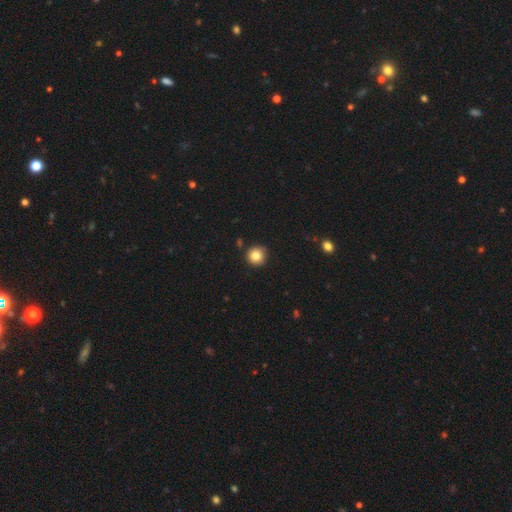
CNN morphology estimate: Smooth or featured: smooth — 84% (star or artifact — 10%)
How rounded: round — 95% (in between — 4%)
Merging: none — 88% (minor disturbance — 8%)